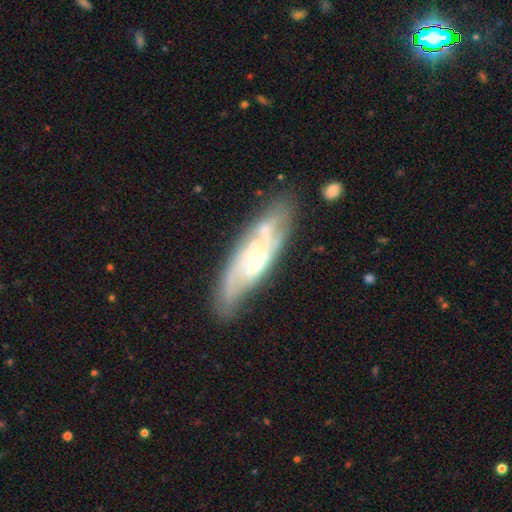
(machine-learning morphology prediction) smooth_or_featured: featured or disk (p=0.78) [alt: smooth p=0.15]
disk_edge_on: no (p=0.81) [alt: yes p=0.19]
bar: no (p=0.65) [alt: weak p=0.27]
has_spiral_arms: yes (p=0.83) [alt: no p=0.17]
spiral_winding: tight (p=0.49) [alt: medium p=0.38]
spiral_arm_count: 2 (p=0.41) [alt: can't tell p=0.39]
bulge_size: small (p=0.60) [alt: moderate p=0.36]
merging: none (p=0.72) [alt: minor disturbance p=0.18]